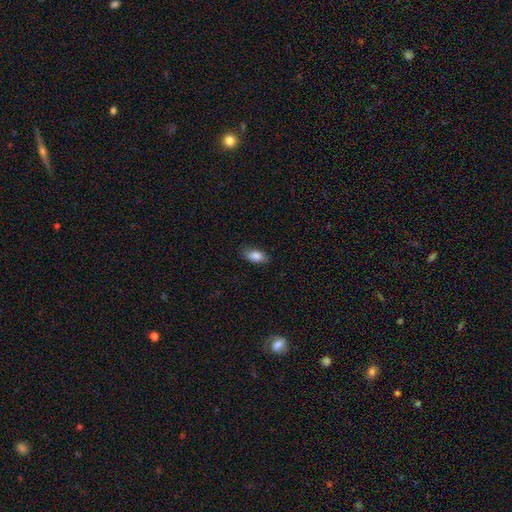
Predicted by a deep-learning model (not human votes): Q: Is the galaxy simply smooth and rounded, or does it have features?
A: smooth — 85%.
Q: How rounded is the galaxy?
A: in between — 89%.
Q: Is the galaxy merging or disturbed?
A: none — 83%.